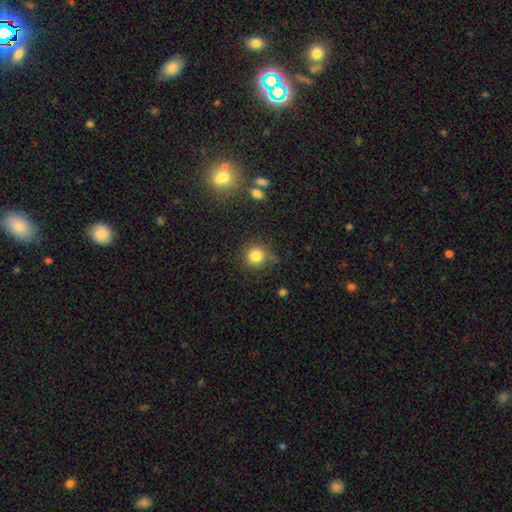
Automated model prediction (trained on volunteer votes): Smooth or featured? Predicted: smooth (p=0.83). How rounded? Predicted: round (p=0.90). Merging? Predicted: none (p=0.77).